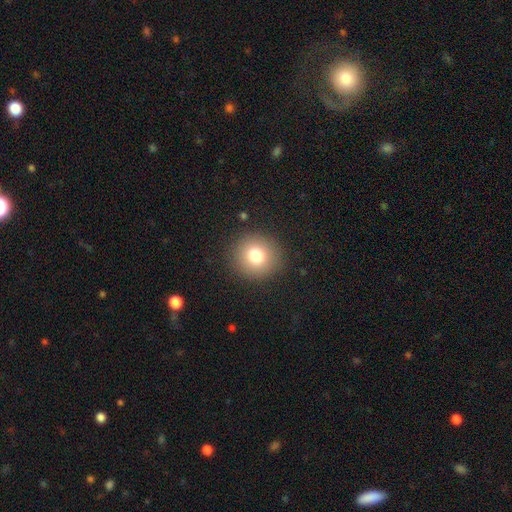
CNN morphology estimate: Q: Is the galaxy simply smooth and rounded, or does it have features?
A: smooth — 78%.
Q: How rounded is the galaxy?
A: round — 90%.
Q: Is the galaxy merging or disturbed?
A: none — 89%.